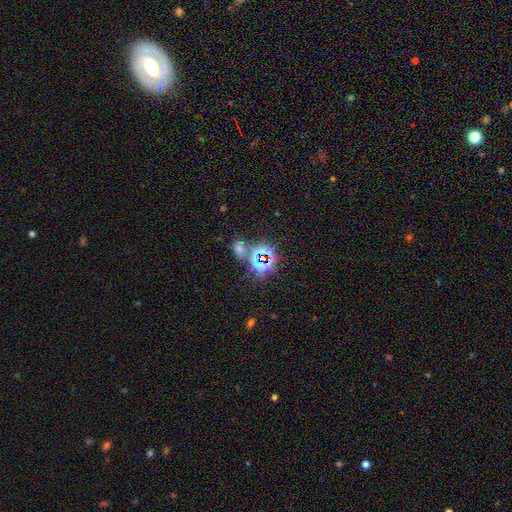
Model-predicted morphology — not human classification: Overall: star or artifact (71%).